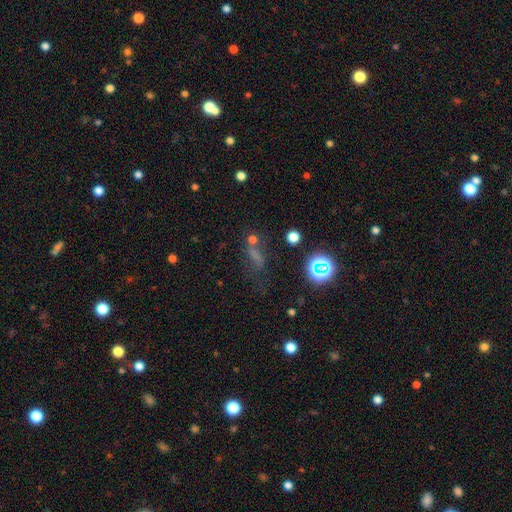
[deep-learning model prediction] smooth-or-featured: smooth: 47% | star or artifact: 36% | featured or disk: 18%
  merging: none: 50% | minor disturbance: 20% | major disturbance: 19% | merger: 12%